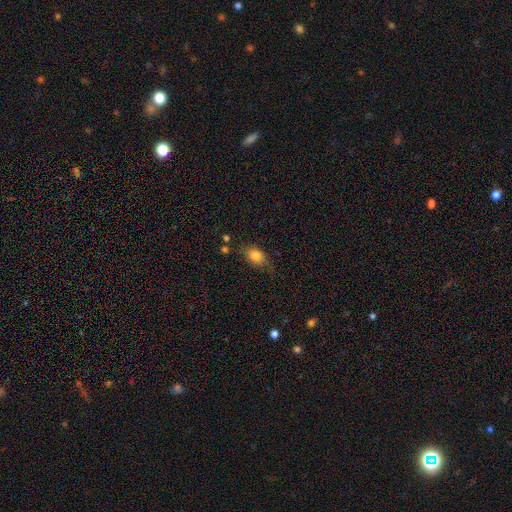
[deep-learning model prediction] Smooth or featured?
  - smooth: 81% *
  - featured or disk: 10%
  - star or artifact: 9%
How rounded?
  - in between: 72% *
  - round: 25%
  - cigar-shaped: 3%
Merging?
  - none: 63% *
  - minor disturbance: 26%
  - major disturbance: 8%
  - merger: 3%